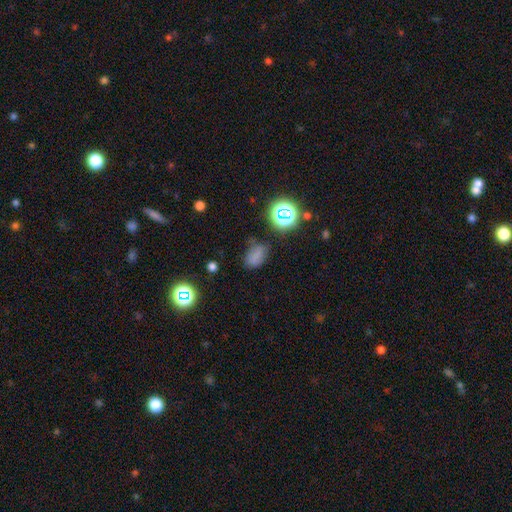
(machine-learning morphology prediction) Q: Smooth or featured?
A: smooth (68%); runner-up: star or artifact (23%)
Q: How rounded?
A: in between (81%); runner-up: round (17%)
Q: Merging?
A: none (59%); runner-up: minor disturbance (26%)